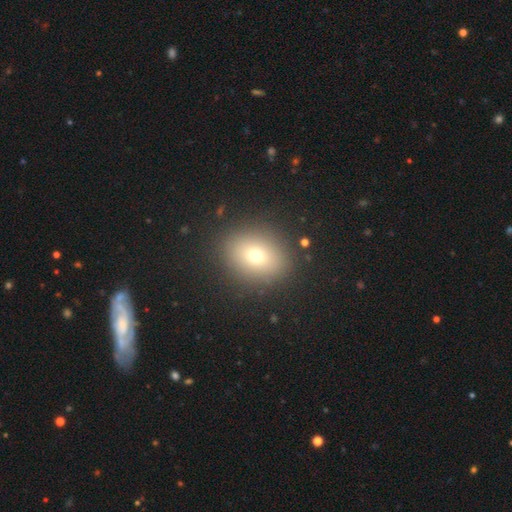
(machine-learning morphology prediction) Smooth or featured? smooth (69%)
How rounded? round (50%)
Merging? none (88%)